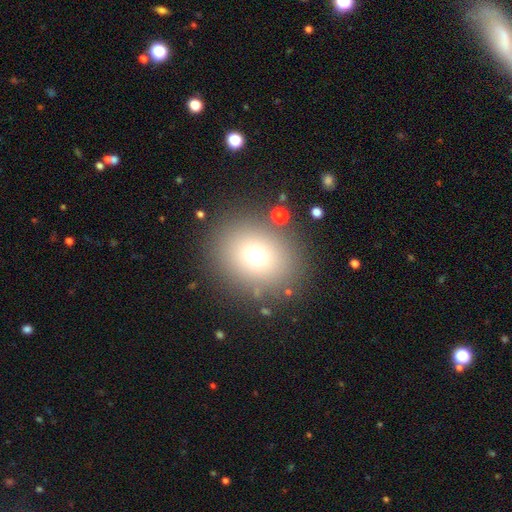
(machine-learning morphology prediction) The model was most divided on "how rounded": round: 62%, in between: 37%, cigar-shaped: 1%. More confident: merging — none (84%); smooth or featured — smooth (72%).